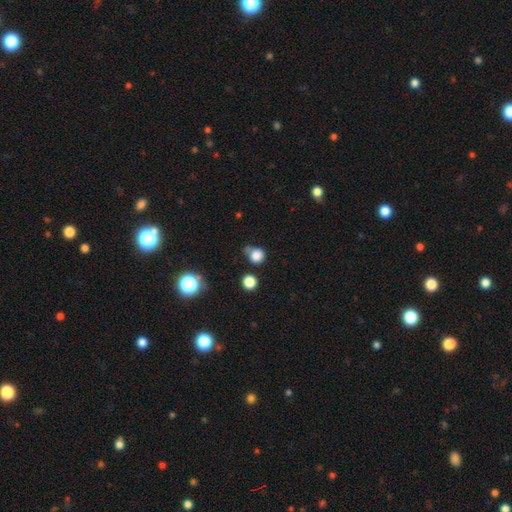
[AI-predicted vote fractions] Morphology: type=smooth (81%); roundness=round (84%); merging=none (57%).